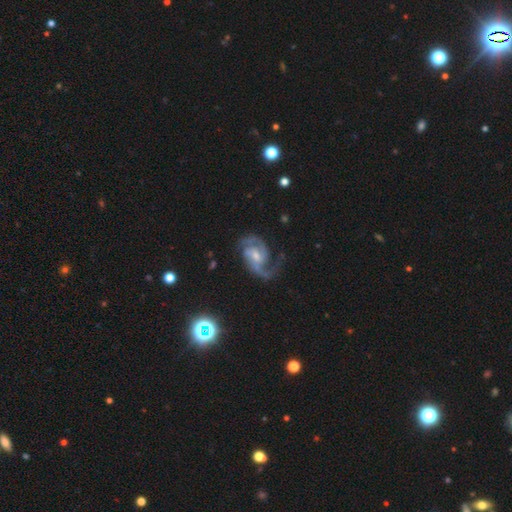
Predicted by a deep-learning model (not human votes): A featured or disk galaxy (90%) with a weak bar (52%), 2 (78%) medium (57%) spiral arms (98%) and a small central bulge (47%).

Vote fractions:
- Smooth or featured? featured or disk: 90% / star or artifact: 5% / smooth: 5%
- Edge-on disk? no: 98% / yes: 2%
- Bar? weak: 52% / no: 35% / strong: 13%
- Spiral arms? yes: 98% / no: 2%
- Spiral winding? medium: 57% / tight: 22% / loose: 21%
- Spiral arm count? 2: 78% / 3: 9% / can't tell: 5% / 1: 4% / 4: 2% / more than 4: 2%
- Bulge size? small: 47% / moderate: 43% / none: 6% / large: 3% / dominant: 1%
- Merging? none: 67% / minor disturbance: 18% / major disturbance: 13% / merger: 2%